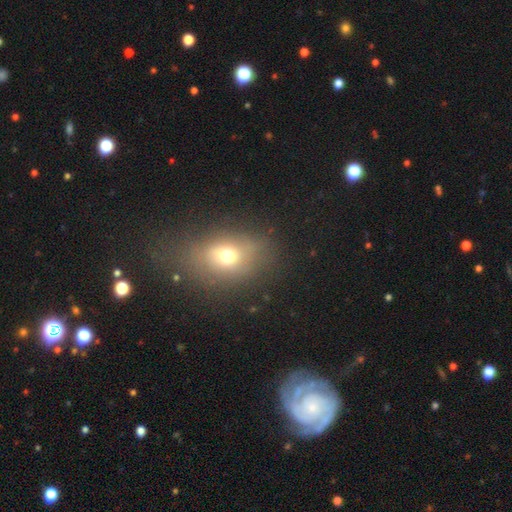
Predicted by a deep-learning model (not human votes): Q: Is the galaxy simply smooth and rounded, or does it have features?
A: smooth — 59%.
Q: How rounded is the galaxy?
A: in between — 65%.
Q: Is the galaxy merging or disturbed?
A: none — 59%.